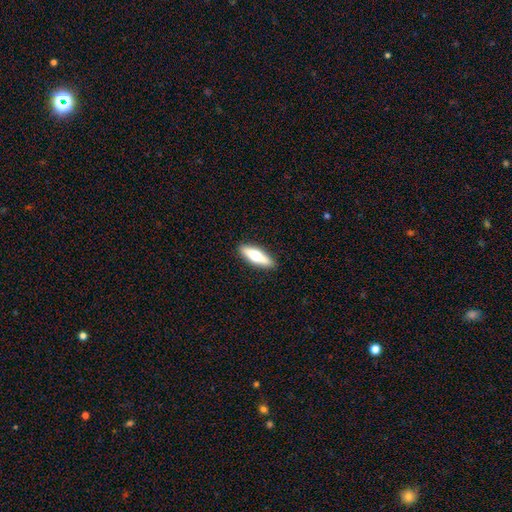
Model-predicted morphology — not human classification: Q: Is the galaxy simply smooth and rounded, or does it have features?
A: smooth — 60%.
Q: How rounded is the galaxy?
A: cigar-shaped — 56%.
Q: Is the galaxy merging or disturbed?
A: none — 90%.